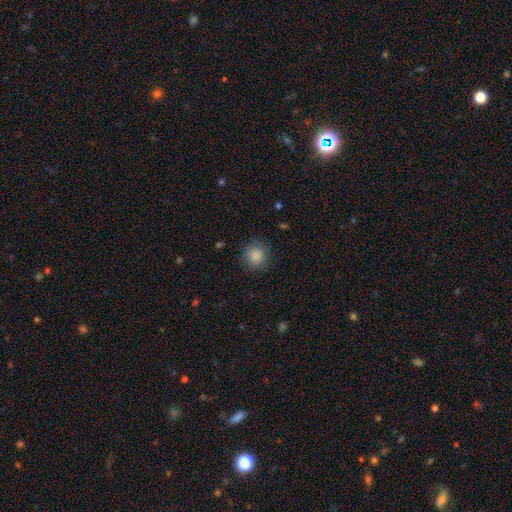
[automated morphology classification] smooth-or-featured: smooth: 87% | star or artifact: 9% | featured or disk: 4%
  how-rounded: round: 91% | in between: 8% | cigar-shaped: 1%
  merging: none: 87% | minor disturbance: 9% | major disturbance: 3% | merger: 1%